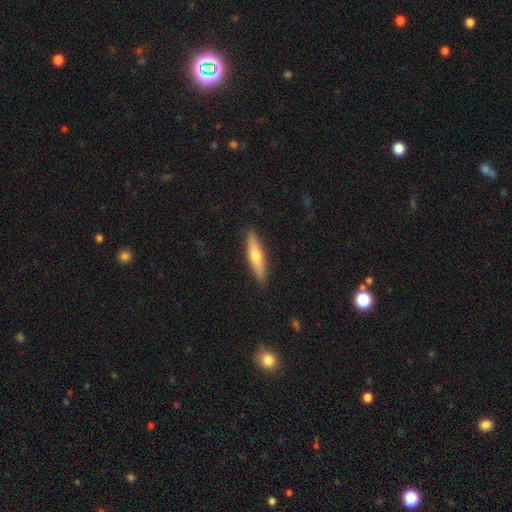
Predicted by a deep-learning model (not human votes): smooth_or_featured: smooth (p=0.52) [alt: featured or disk p=0.42]
how_rounded: cigar-shaped (p=0.83) [alt: in between p=0.15]
merging: none (p=0.89) [alt: minor disturbance p=0.08]